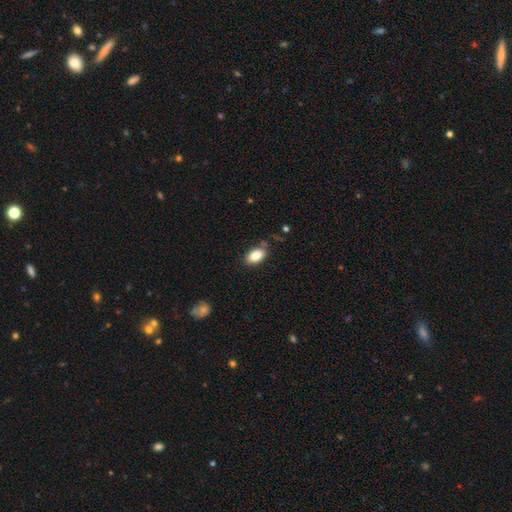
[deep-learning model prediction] Smooth or featured?
  - smooth: 86% *
  - star or artifact: 8%
  - featured or disk: 6%
How rounded?
  - in between: 92% *
  - round: 6%
  - cigar-shaped: 2%
Merging?
  - none: 77% *
  - minor disturbance: 15%
  - merger: 4%
  - major disturbance: 4%